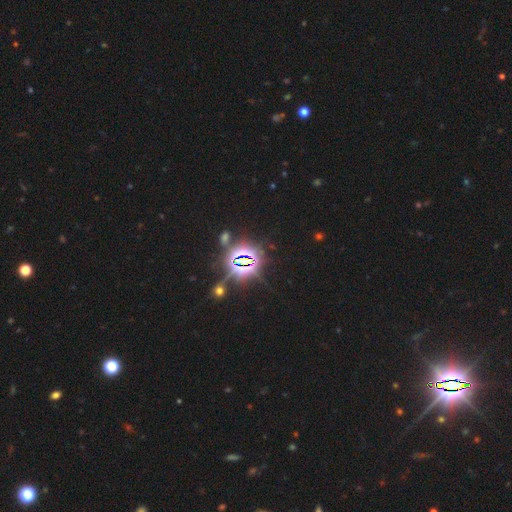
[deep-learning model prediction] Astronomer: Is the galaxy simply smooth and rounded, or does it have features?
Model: star or artifact — 85%.